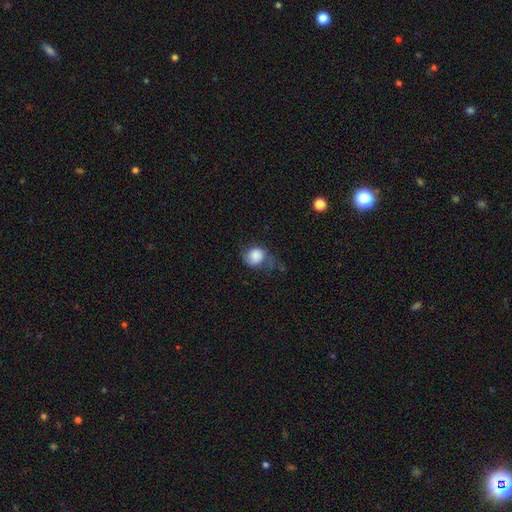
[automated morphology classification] This is likely a smooth galaxy (69%). How rounded: likely round (69%). Merging: marginally none (38%).